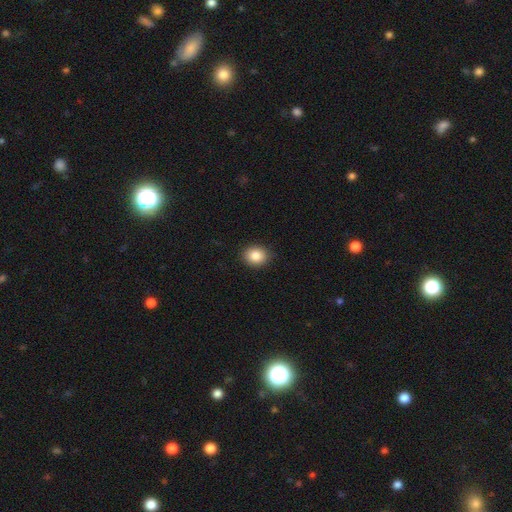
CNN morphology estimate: smooth-or-featured: smooth: 86% | star or artifact: 9% | featured or disk: 5%
  how-rounded: round: 65% | in between: 34% | cigar-shaped: 1%
  merging: none: 90% | minor disturbance: 7% | major disturbance: 2% | merger: 1%